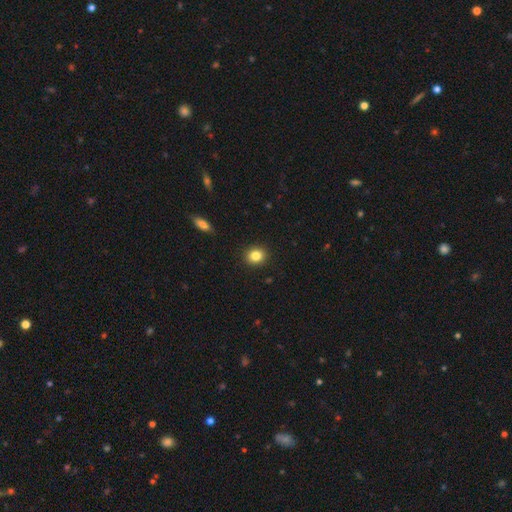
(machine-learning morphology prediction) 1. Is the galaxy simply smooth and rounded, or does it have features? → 84% smooth, 11% star or artifact, 6% featured or disk.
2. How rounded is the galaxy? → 76% round, 23% in between, 1% cigar-shaped.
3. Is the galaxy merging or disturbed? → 91% none, 6% minor disturbance, 2% major disturbance, 1% merger.